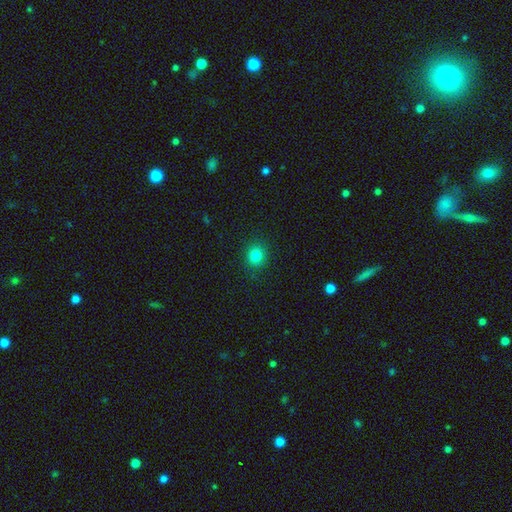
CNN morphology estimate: type=smooth (82%); roundness=round (85%); merging=none (90%).